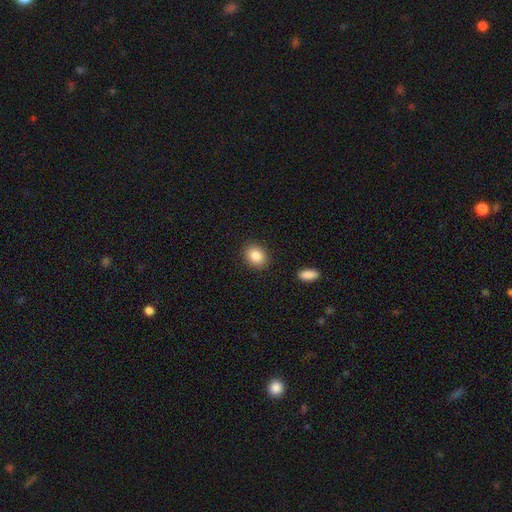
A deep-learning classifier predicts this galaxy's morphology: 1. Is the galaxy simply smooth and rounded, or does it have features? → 86% smooth, 8% star or artifact, 6% featured or disk.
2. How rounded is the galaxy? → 56% in between, 43% round, 1% cigar-shaped.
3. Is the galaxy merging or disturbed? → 89% none, 8% minor disturbance, 2% major disturbance, 2% merger.